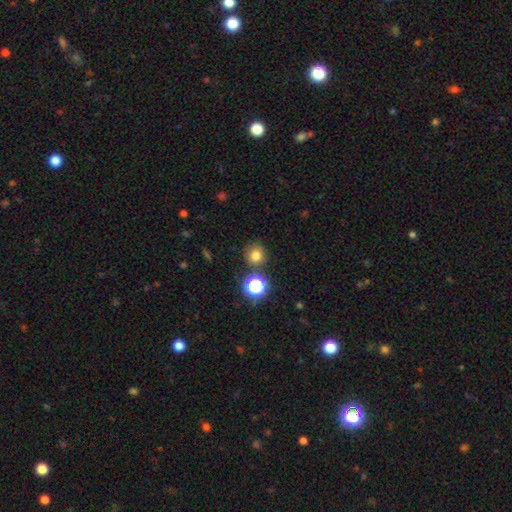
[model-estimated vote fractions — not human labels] A smooth galaxy with no disk features (75%) that is round (89%).

Vote fractions:
- Smooth or featured? smooth: 75% / star or artifact: 18% / featured or disk: 7%
- How rounded? round: 89% / in between: 10% / cigar-shaped: 1%
- Merging? none: 82% / minor disturbance: 9% / merger: 6% / major disturbance: 3%